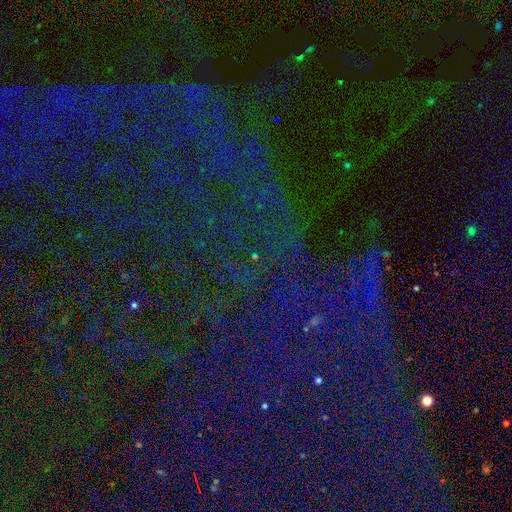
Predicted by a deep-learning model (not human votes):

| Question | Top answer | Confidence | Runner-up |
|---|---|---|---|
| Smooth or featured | star or artifact | 83% | smooth (9%) |